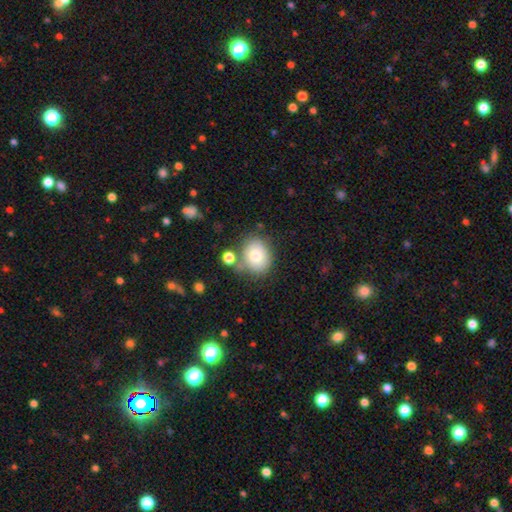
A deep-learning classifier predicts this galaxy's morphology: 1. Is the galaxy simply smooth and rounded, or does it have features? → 75% smooth, 16% featured or disk, 10% star or artifact.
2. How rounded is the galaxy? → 61% round, 38% in between, 1% cigar-shaped.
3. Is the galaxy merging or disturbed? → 64% none, 17% minor disturbance, 13% merger, 6% major disturbance.